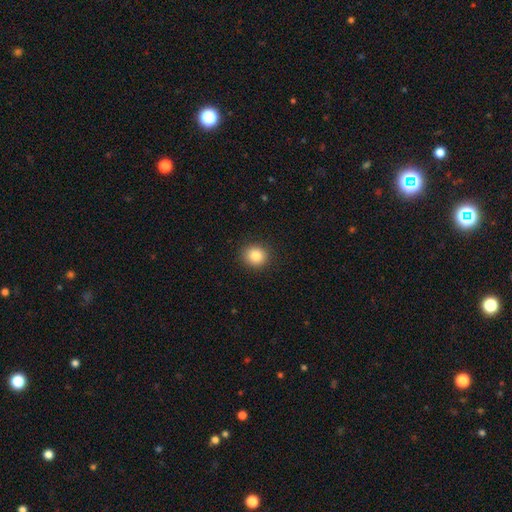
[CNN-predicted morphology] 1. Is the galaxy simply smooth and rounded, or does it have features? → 84% smooth, 10% star or artifact, 6% featured or disk.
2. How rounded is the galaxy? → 87% round, 12% in between, 1% cigar-shaped.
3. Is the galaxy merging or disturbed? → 91% none, 6% minor disturbance, 2% major disturbance, 1% merger.